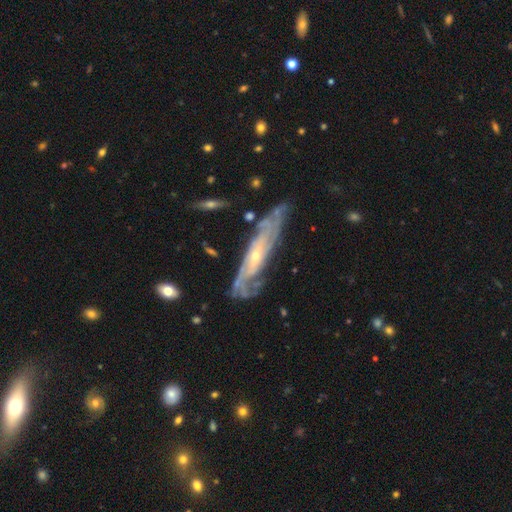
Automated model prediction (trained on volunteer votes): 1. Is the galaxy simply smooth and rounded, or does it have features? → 80% featured or disk, 13% smooth, 6% star or artifact.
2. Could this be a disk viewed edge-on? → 65% no, 35% yes.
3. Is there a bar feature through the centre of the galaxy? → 64% no, 26% weak, 9% strong.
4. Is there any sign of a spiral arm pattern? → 88% yes, 12% no.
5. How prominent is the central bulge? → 70% small, 26% moderate, 2% none, 1% large, 1% dominant.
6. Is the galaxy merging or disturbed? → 67% none, 22% minor disturbance, 8% major disturbance, 3% merger.